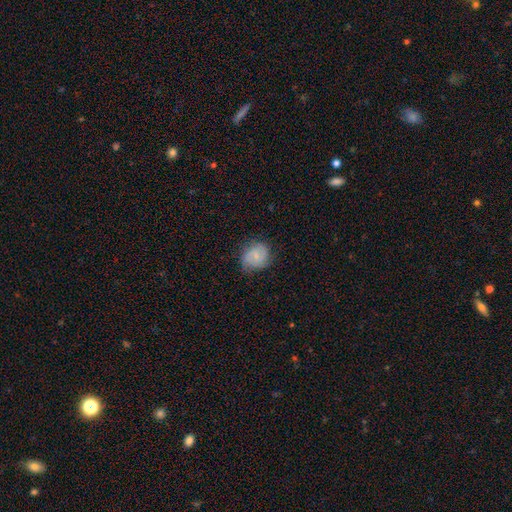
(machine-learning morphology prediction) Smooth or featured? Predicted: smooth (p=0.62). How rounded? Predicted: round (p=0.70). Merging? Predicted: none (p=0.71).